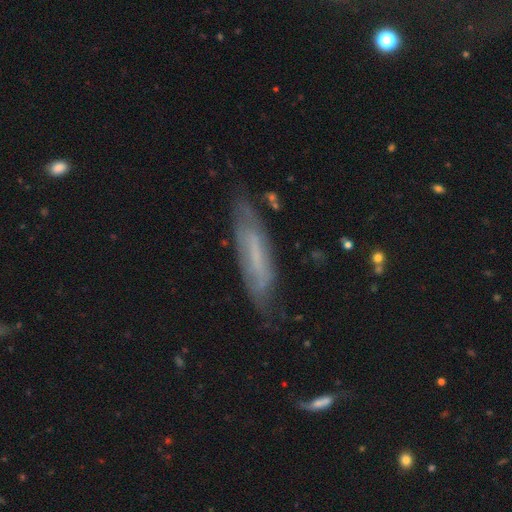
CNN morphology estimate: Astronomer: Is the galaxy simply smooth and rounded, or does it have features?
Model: featured or disk — 55% (runner-up: smooth, 36%).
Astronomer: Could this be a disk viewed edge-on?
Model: no — 51% (runner-up: yes, 49%).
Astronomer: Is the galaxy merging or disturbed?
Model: none — 71%.